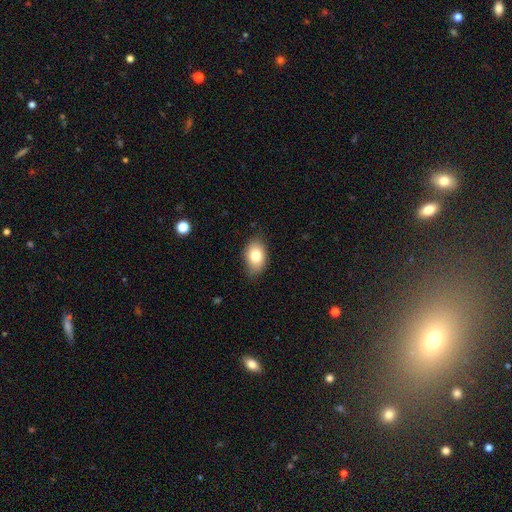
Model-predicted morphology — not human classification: Smooth or featured? Predicted: smooth (p=0.80). How rounded? Predicted: in between (p=0.85). Merging? Predicted: none (p=0.80).